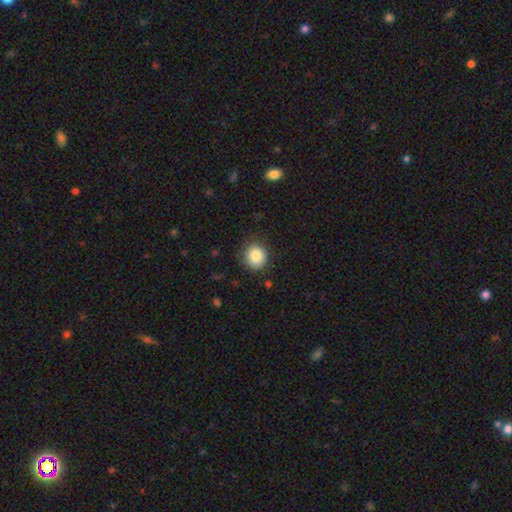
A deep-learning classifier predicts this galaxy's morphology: smooth-or-featured: smooth: 84% | star or artifact: 9% | featured or disk: 7%
  how-rounded: round: 85% | in between: 14% | cigar-shaped: 1%
  merging: none: 84% | minor disturbance: 12% | major disturbance: 3% | merger: 1%